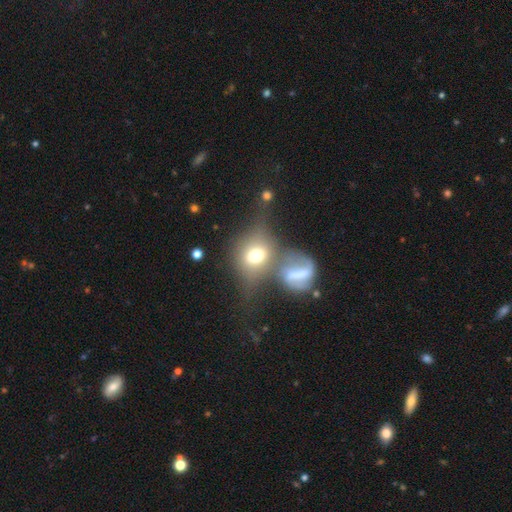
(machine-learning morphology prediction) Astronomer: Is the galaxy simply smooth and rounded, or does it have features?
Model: smooth — 60%.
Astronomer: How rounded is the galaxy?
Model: in between — 50% (runner-up: round, 48%).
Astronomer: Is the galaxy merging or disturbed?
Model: merger — 47% (runner-up: none, 30%).